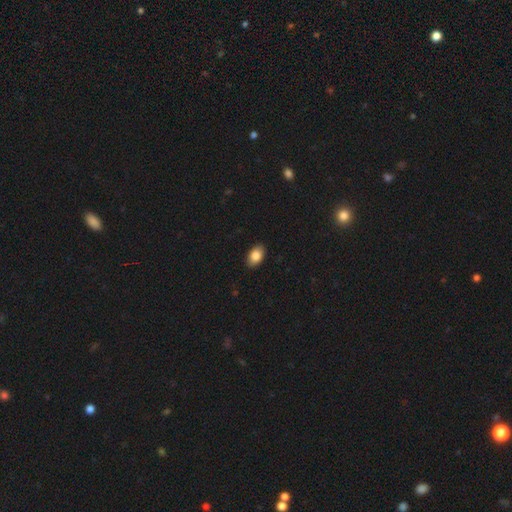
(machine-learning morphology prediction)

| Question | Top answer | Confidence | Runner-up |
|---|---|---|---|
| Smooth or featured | smooth | 85% | star or artifact (8%) |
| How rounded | in between | 89% | round (9%) |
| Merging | none | 90% | minor disturbance (8%) |